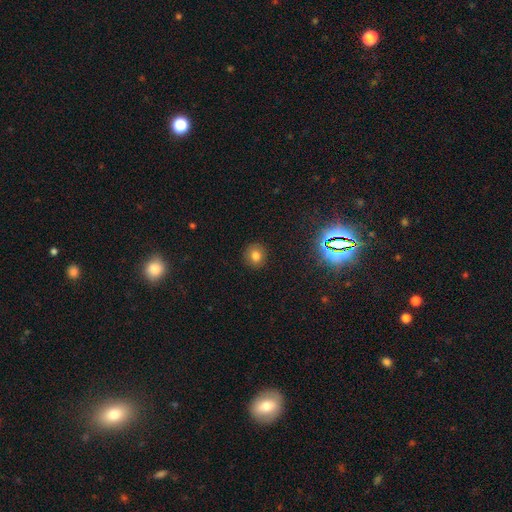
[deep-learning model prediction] Smooth or featured?
  - smooth: 77% *
  - star or artifact: 15%
  - featured or disk: 8%
How rounded?
  - round: 87% *
  - in between: 12%
  - cigar-shaped: 1%
Merging?
  - none: 90% *
  - minor disturbance: 7%
  - major disturbance: 2%
  - merger: 1%